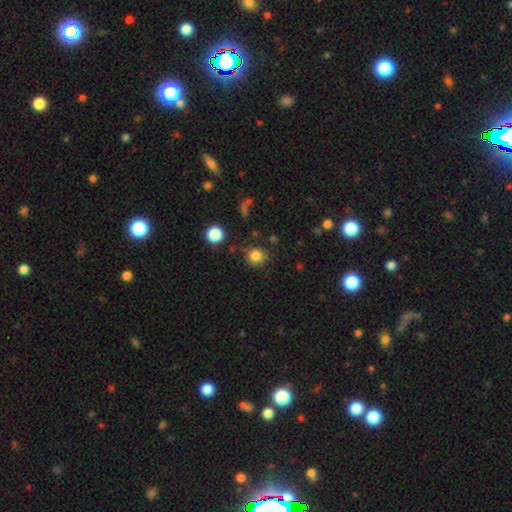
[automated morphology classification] Smooth or featured? smooth (83%)
How rounded? round (88%)
Merging? none (81%)